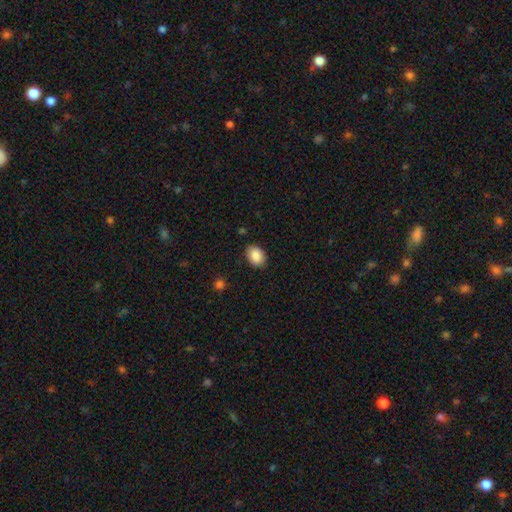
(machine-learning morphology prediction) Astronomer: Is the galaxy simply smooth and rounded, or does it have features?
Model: smooth — 89%.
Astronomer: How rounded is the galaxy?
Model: in between — 78%.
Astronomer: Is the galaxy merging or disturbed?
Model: none — 84%.